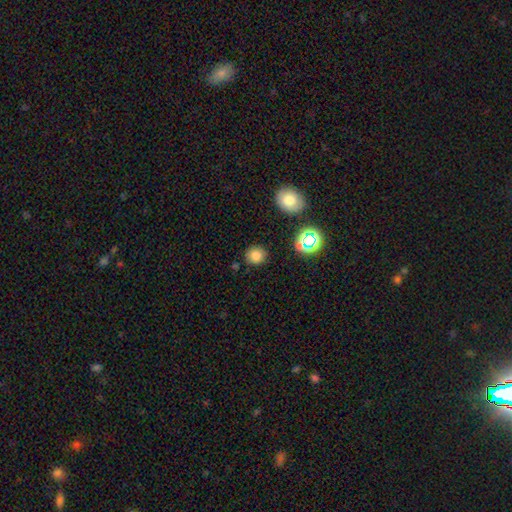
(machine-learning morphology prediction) This is likely a smooth galaxy (77%). How rounded: clearly round (86%). Merging: clearly none (86%).